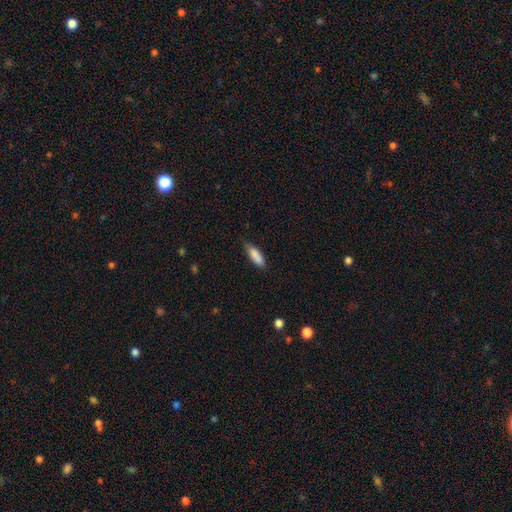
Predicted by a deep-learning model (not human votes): Smooth or featured?
  - smooth: 85% *
  - featured or disk: 8%
  - star or artifact: 7%
How rounded?
  - in between: 53% *
  - cigar-shaped: 45%
  - round: 2%
Merging?
  - none: 66% *
  - minor disturbance: 28%
  - major disturbance: 4%
  - merger: 2%